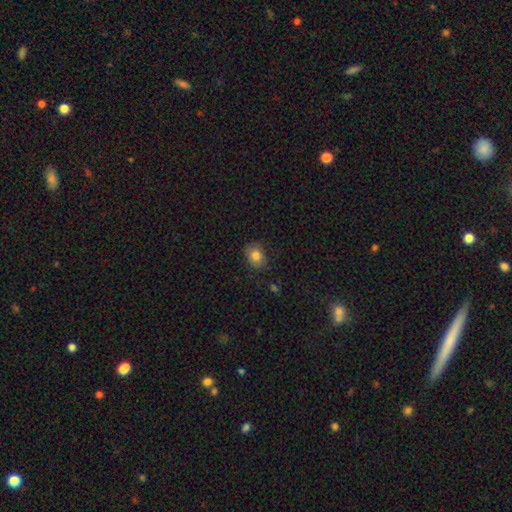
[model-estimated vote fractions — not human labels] Smooth or featured?
  - smooth: 81% *
  - star or artifact: 10%
  - featured or disk: 9%
How rounded?
  - in between: 55% *
  - round: 44%
  - cigar-shaped: 1%
Merging?
  - none: 79% *
  - minor disturbance: 16%
  - major disturbance: 4%
  - merger: 1%